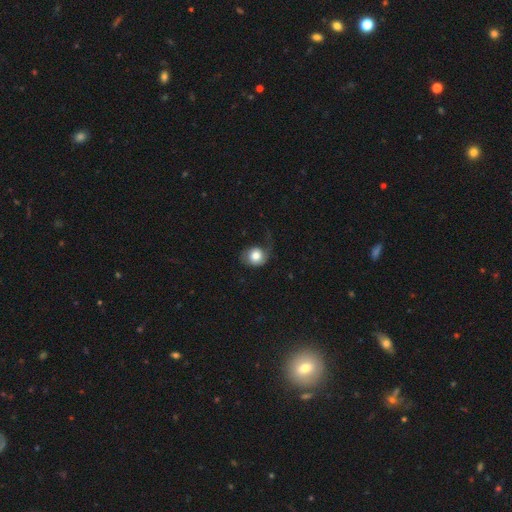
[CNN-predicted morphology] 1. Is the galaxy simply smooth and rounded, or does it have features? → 74% smooth, 18% featured or disk, 8% star or artifact.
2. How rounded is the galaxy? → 72% round, 27% in between, 1% cigar-shaped.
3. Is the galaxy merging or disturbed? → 43% none, 29% major disturbance, 27% minor disturbance, 2% merger.